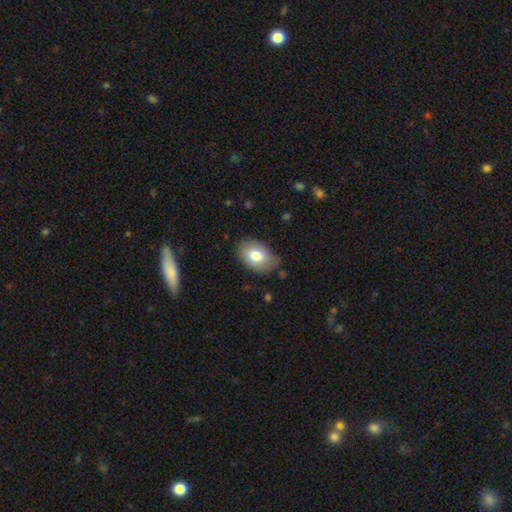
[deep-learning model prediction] Smooth or featured?
  - smooth: 78% *
  - featured or disk: 15%
  - star or artifact: 8%
How rounded?
  - in between: 86% *
  - round: 13%
  - cigar-shaped: 1%
Merging?
  - none: 77% *
  - minor disturbance: 18%
  - major disturbance: 4%
  - merger: 1%